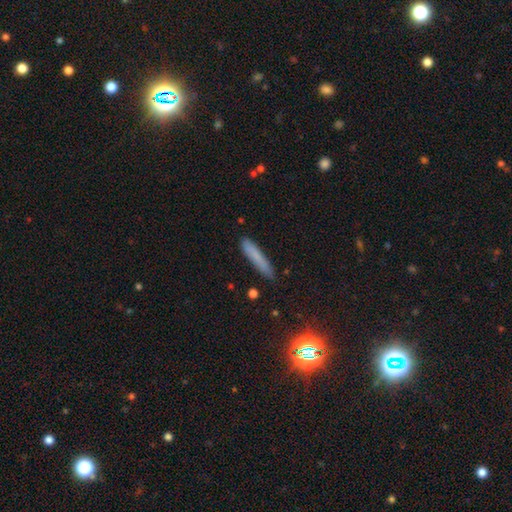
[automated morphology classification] Smooth or featured? Predicted: smooth (p=0.76). How rounded? Predicted: cigar-shaped (p=0.93). Merging? Predicted: none (p=0.83).